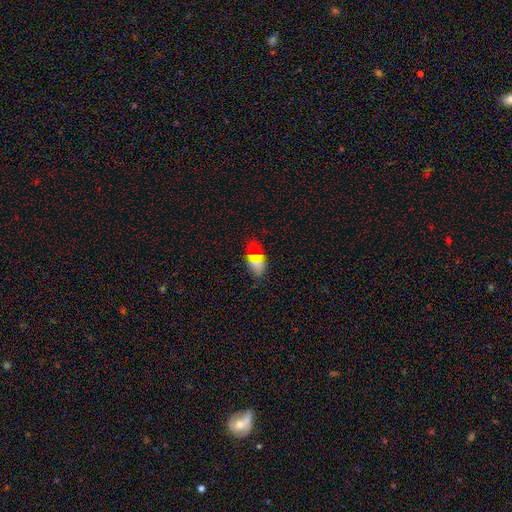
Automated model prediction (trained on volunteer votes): Overall: smooth (67%). How rounded: in between (88%). Merging: none (83%).